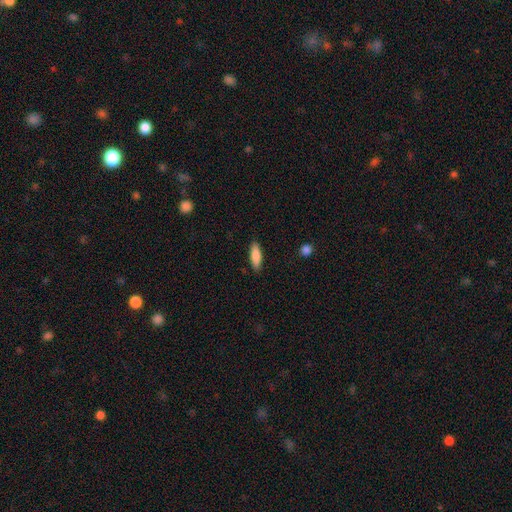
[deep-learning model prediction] Smooth or featured: smooth — 84% (featured or disk — 10%)
How rounded: in between — 50% (cigar-shaped — 48%)
Merging: none — 88% (minor disturbance — 9%)